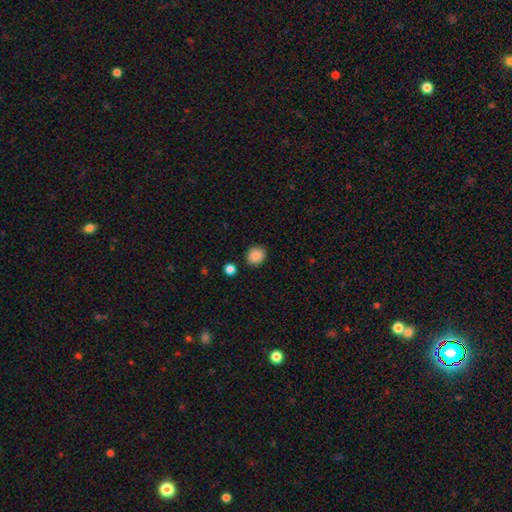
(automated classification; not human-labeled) Overall: smooth (88%). How rounded: round (82%). Merging: none (89%).